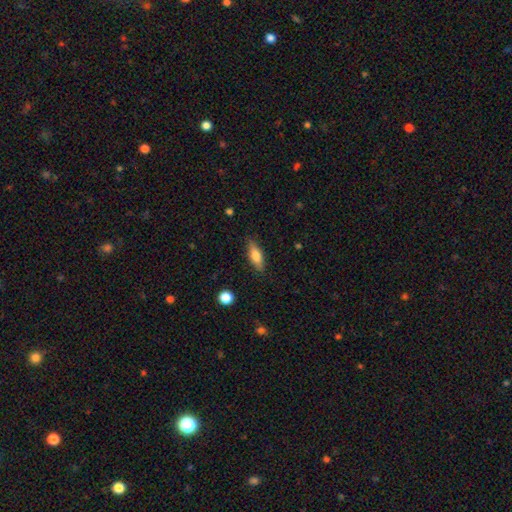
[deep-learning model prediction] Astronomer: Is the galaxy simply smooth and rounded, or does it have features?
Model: smooth — 68%.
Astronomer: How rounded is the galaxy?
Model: in between — 54% (runner-up: cigar-shaped, 43%).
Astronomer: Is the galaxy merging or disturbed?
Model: none — 86%.